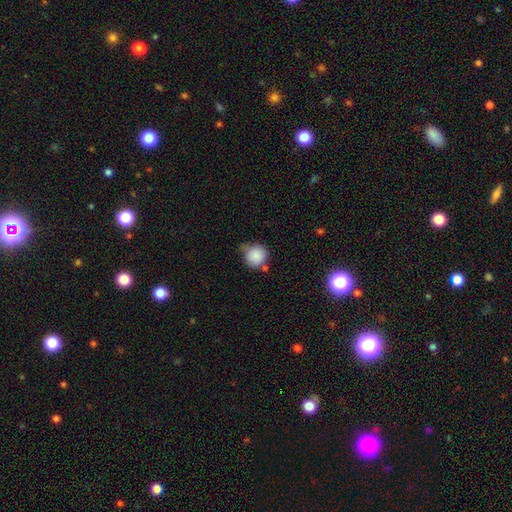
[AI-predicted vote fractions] Smooth or featured? Predicted: smooth (p=0.86). How rounded? Predicted: round (p=0.90). Merging? Predicted: none (p=0.52).